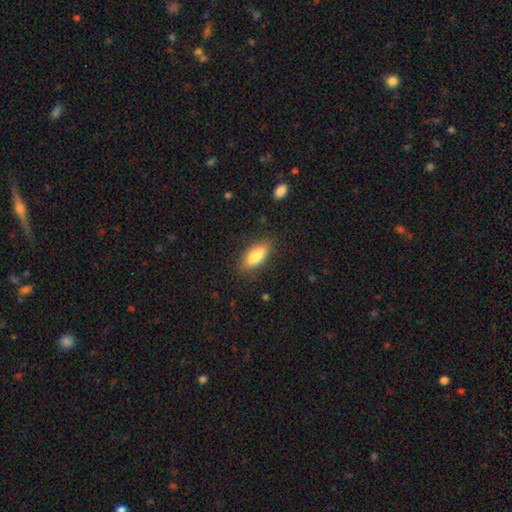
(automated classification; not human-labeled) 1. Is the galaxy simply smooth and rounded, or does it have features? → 79% smooth, 14% featured or disk, 7% star or artifact.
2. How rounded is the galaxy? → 76% in between, 21% cigar-shaped, 3% round.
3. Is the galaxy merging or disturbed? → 84% none, 11% minor disturbance, 3% major disturbance, 1% merger.